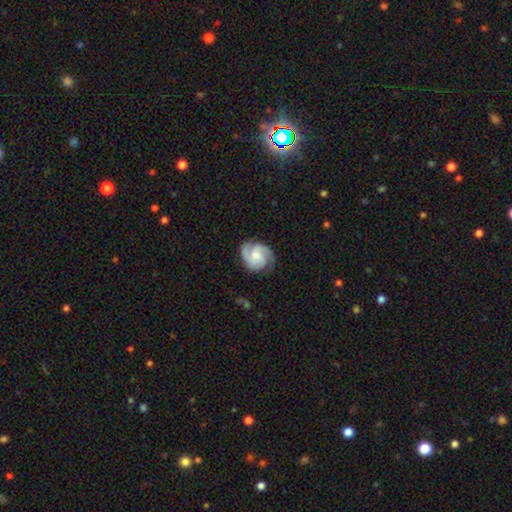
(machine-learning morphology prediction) Overall: featured or disk (83%). Edge-on disk: no (98%). Bar: no (57%; weak 36%). Spiral arms: yes (97%). Spiral arm count: 2 (43%; 3 41%). Spiral winding: tight (45%, tied with medium). Bulge size: moderate (47%; small 33%). Merging: none (77%).